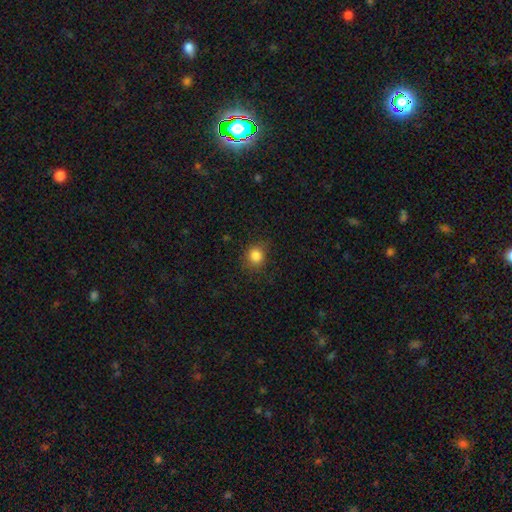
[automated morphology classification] type=smooth (84%); roundness=round (81%); merging=none (80%).